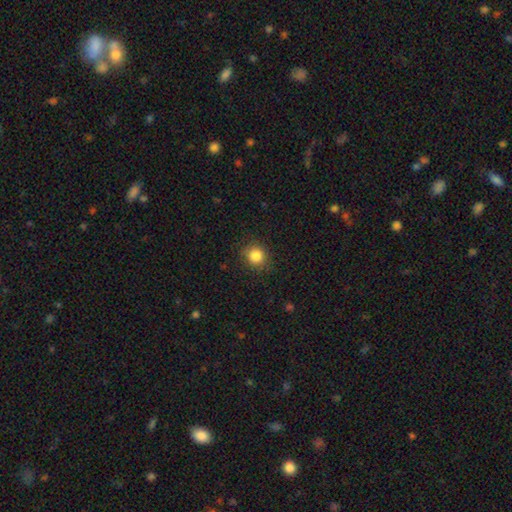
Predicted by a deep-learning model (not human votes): This is clearly a smooth galaxy (85%). How rounded: clearly round (88%). Merging: clearly none (87%).